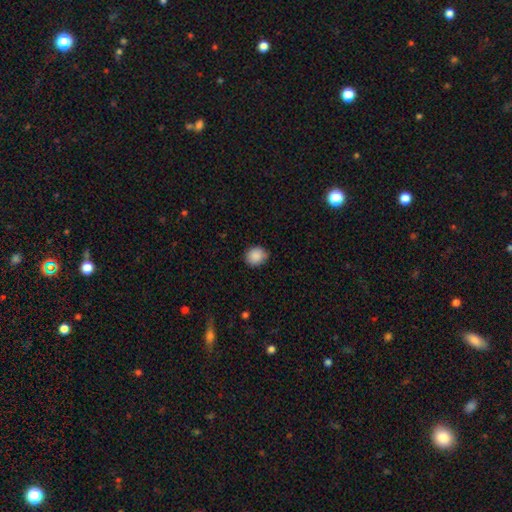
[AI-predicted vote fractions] Smooth or featured? Predicted: smooth (p=0.89). How rounded? Predicted: round (p=0.72). Merging? Predicted: none (p=0.82).